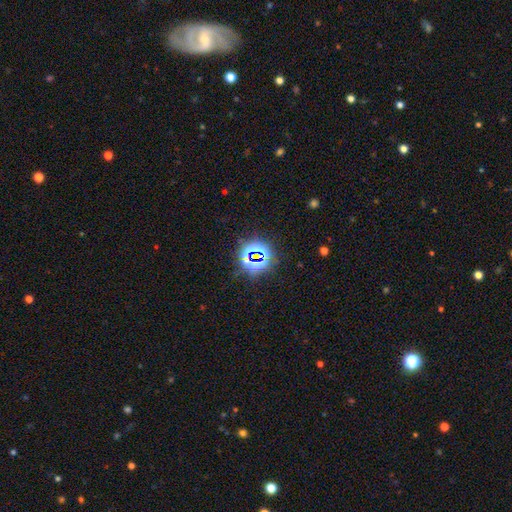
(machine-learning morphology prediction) Q: Smooth or featured?
A: star or artifact (73%); runner-up: smooth (18%)